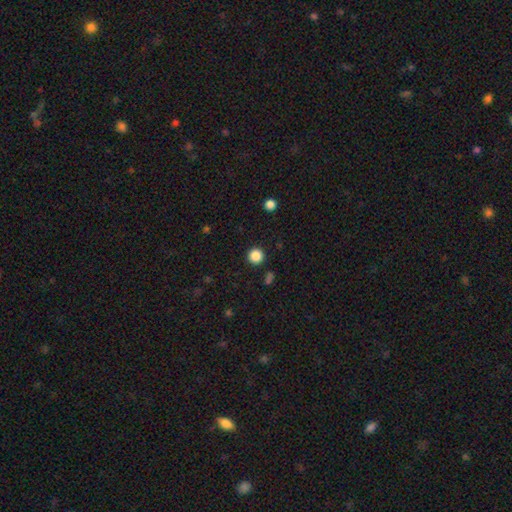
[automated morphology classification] Q: Smooth or featured?
A: smooth (86%); runner-up: star or artifact (11%)
Q: How rounded?
A: round (95%); runner-up: in between (4%)
Q: Merging?
A: none (92%); runner-up: minor disturbance (5%)